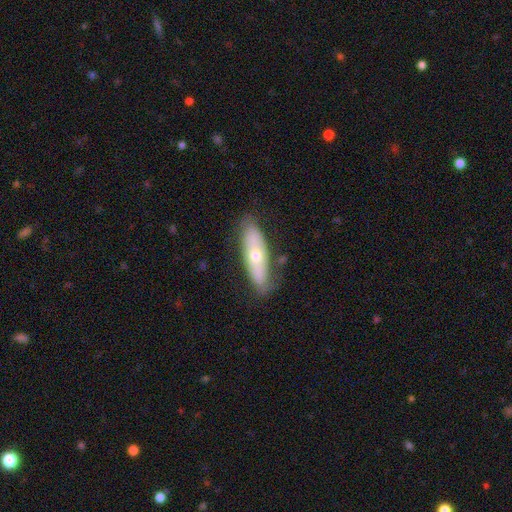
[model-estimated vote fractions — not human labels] Q: Smooth or featured?
A: featured or disk (48%); runner-up: smooth (44%)
Q: Merging?
A: none (80%); runner-up: minor disturbance (15%)